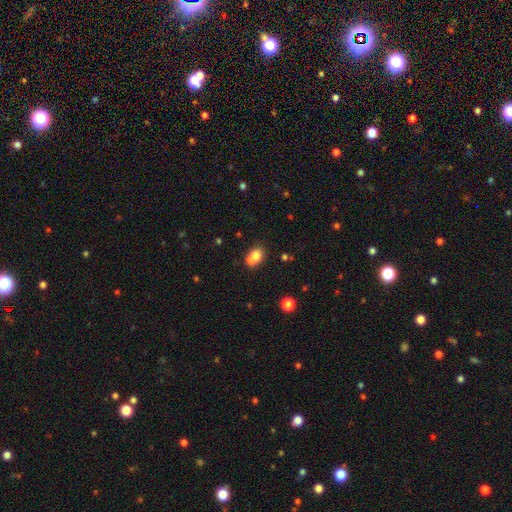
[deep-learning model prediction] This is likely a smooth galaxy (72%). How rounded: possibly round (58%). Merging: possibly merger (58%).